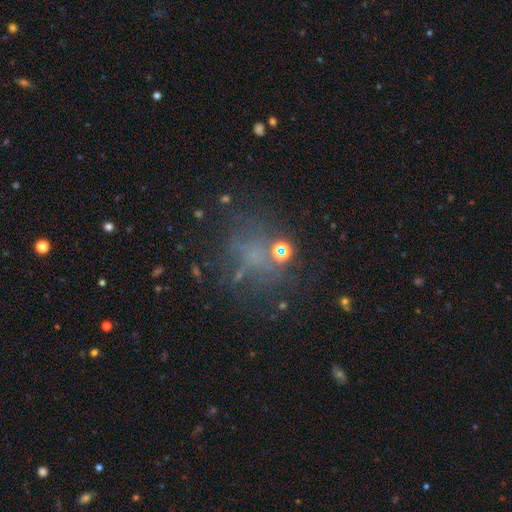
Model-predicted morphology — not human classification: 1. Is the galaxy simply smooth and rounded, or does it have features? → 38% star or artifact, 36% smooth, 26% featured or disk.